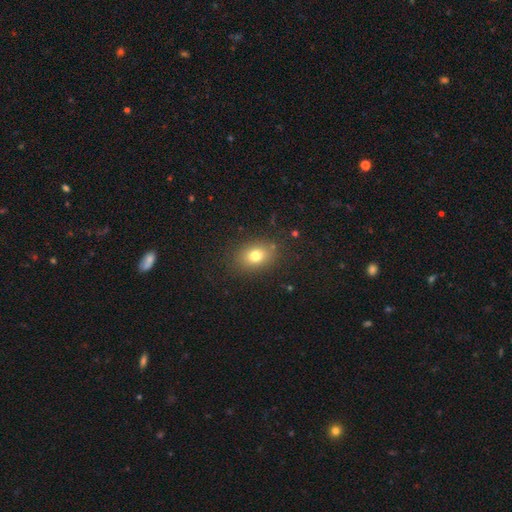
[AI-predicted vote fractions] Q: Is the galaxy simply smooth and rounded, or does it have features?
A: smooth — 78%.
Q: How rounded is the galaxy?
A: in between — 70%.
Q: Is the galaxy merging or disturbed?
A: none — 84%.